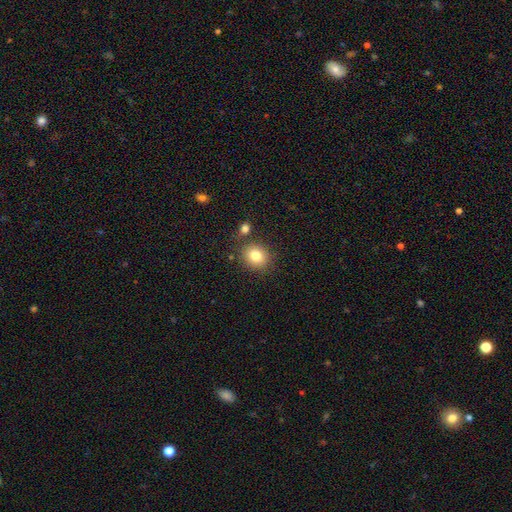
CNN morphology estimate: Overall: smooth (81%). How rounded: round (75%). Merging: none (80%).